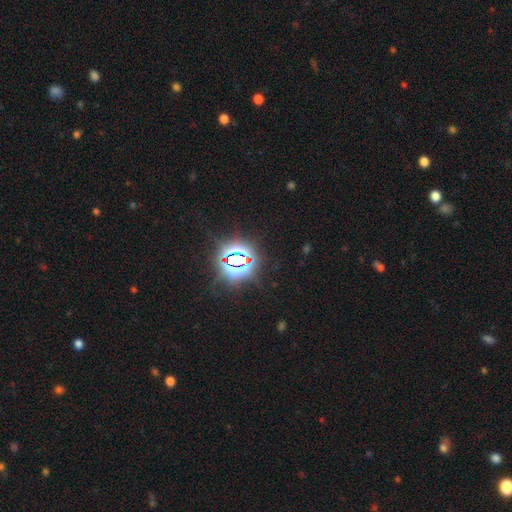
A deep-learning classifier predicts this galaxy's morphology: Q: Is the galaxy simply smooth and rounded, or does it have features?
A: star or artifact — 85%.